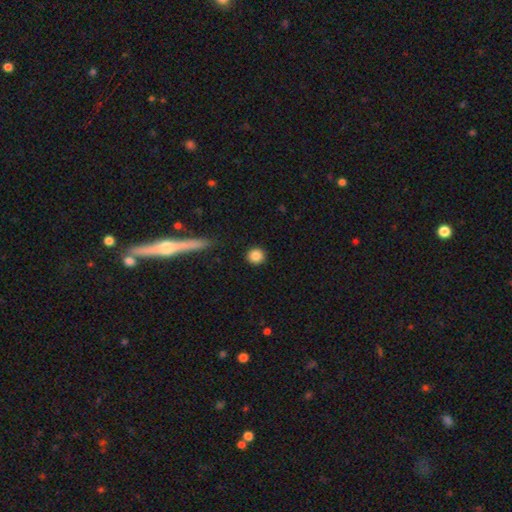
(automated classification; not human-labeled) smooth 86%, star or artifact 9%, featured or disk 5%. Down the decision tree: how rounded — round (92%); merging — none (91%).